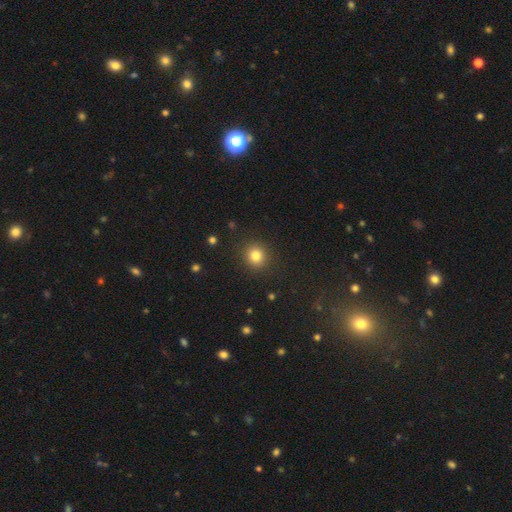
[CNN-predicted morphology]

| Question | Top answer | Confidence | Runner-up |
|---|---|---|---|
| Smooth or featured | smooth | 82% | star or artifact (12%) |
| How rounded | round | 85% | in between (14%) |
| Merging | none | 90% | minor disturbance (7%) |